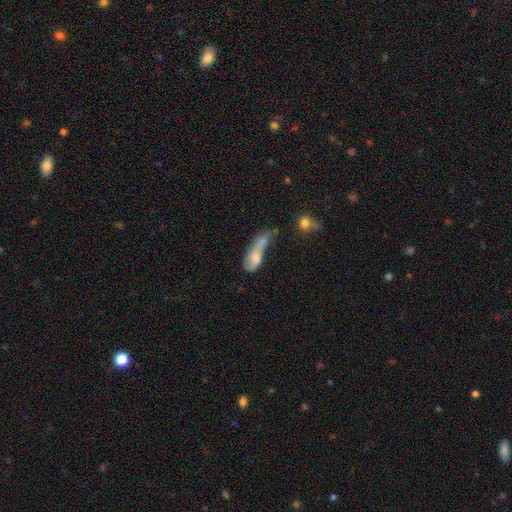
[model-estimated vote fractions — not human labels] Morphology: type=smooth (55%); roundness=in between (61%); merging=merger (43%).